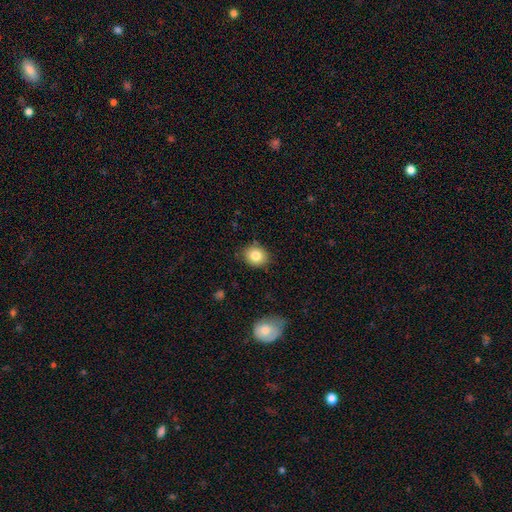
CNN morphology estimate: Smooth or featured: smooth — 82% (star or artifact — 9%)
How rounded: round — 71% (in between — 28%)
Merging: none — 86% (minor disturbance — 10%)